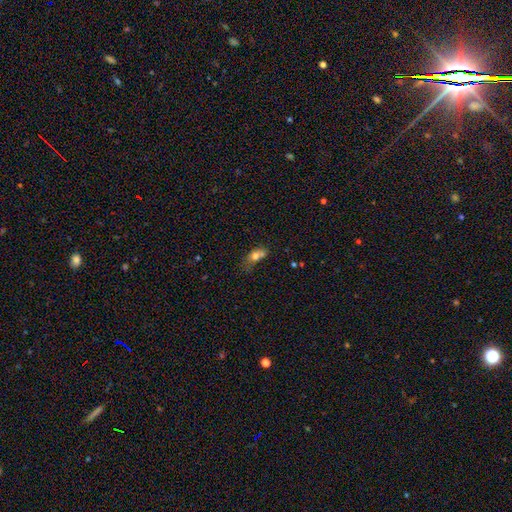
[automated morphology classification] smooth_or_featured: smooth (p=0.70) [alt: featured or disk p=0.18]
how_rounded: in between (p=0.68) [alt: round p=0.26]
merging: merger (p=0.39) [alt: none p=0.25]